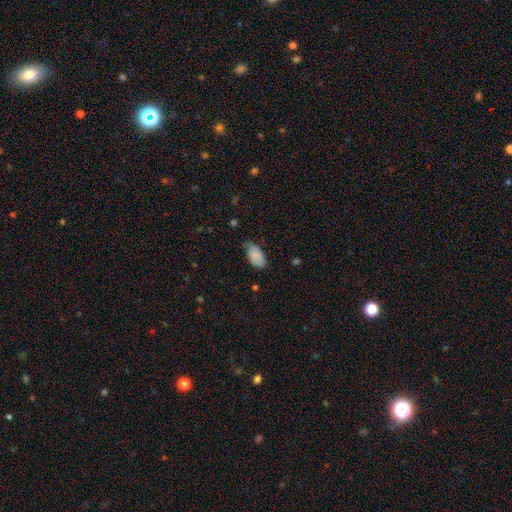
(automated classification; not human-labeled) smooth-or-featured: smooth: 83% | featured or disk: 10% | star or artifact: 7%
  how-rounded: in between: 94% | round: 4% | cigar-shaped: 2%
  merging: none: 59% | minor disturbance: 33% | major disturbance: 6% | merger: 1%